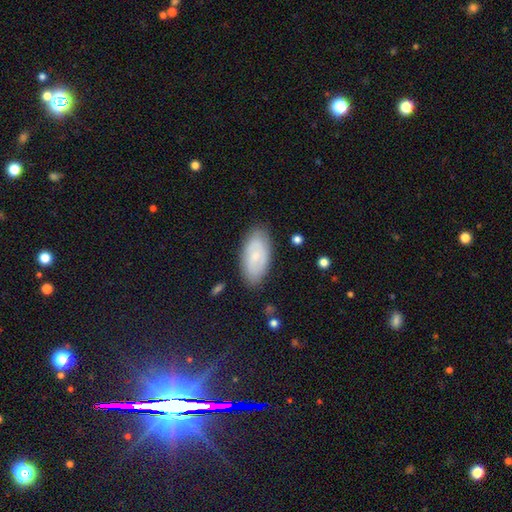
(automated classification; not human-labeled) This appears to be a smooth galaxy with no disk features (46%, tied with featured or disk). Merging: none (81%).